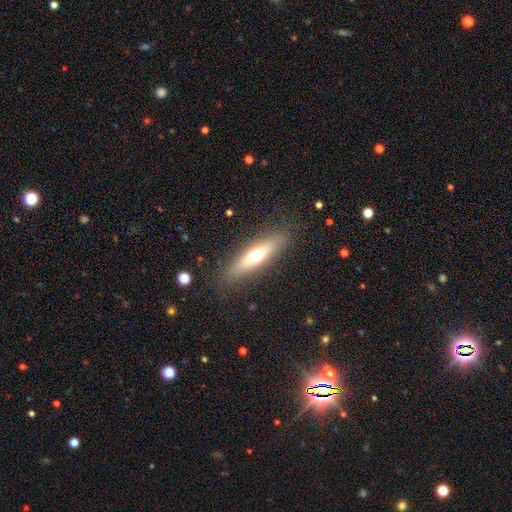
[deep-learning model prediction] The model was most divided on "smooth or featured": featured or disk: 49%, smooth: 43%, star or artifact: 8%. More confident: merging — none (87%).